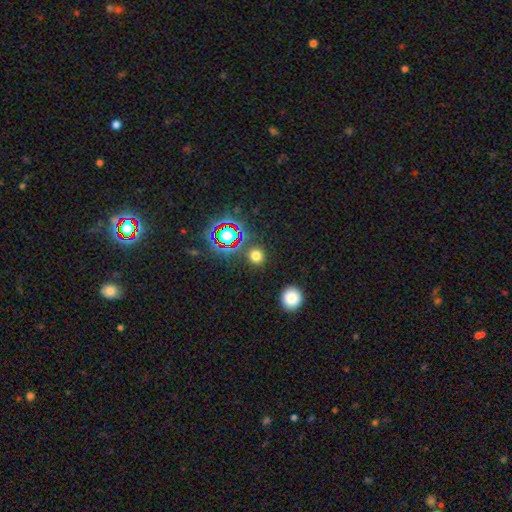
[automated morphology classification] The model was most divided on "smooth or featured": smooth: 70%, star or artifact: 24%, featured or disk: 6%. More confident: how rounded — round (90%); merging — none (85%).